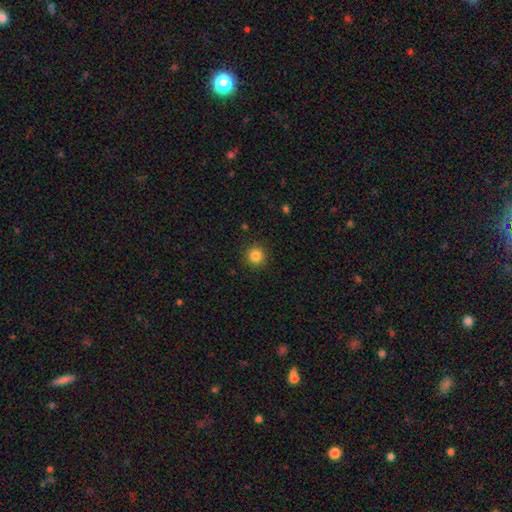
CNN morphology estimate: smooth_or_featured: smooth (p=0.84) [alt: star or artifact p=0.12]
how_rounded: round (p=0.95) [alt: in between p=0.04]
merging: none (p=0.92) [alt: minor disturbance p=0.05]